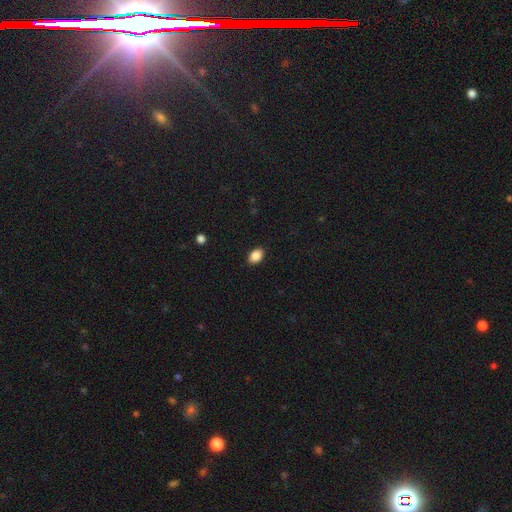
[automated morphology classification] Smooth or featured? smooth (88%)
How rounded? in between (86%)
Merging? none (89%)